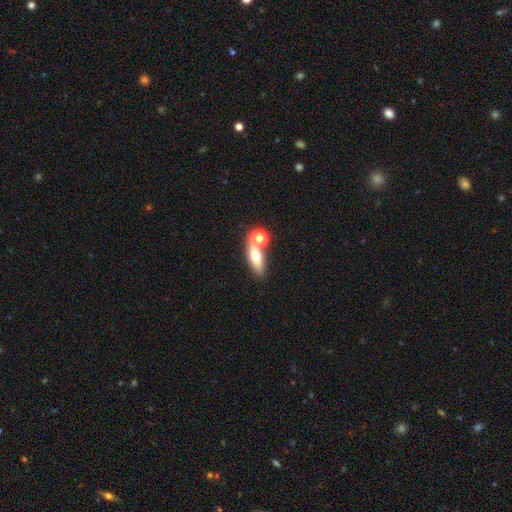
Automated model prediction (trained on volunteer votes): Overall: smooth (65%). How rounded: in between (60%; cigar-shaped 24%). Merging: none (54%; merger 30%).